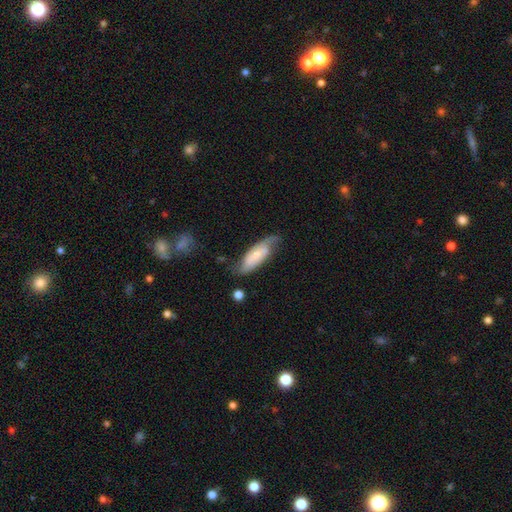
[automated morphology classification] type=featured or disk (47%); merging=none (59%).